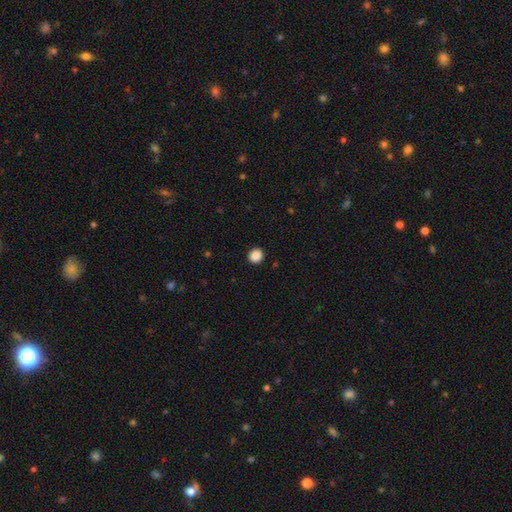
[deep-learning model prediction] A smooth galaxy with no disk features (88%) that is round (85%). Merging: none (92%).